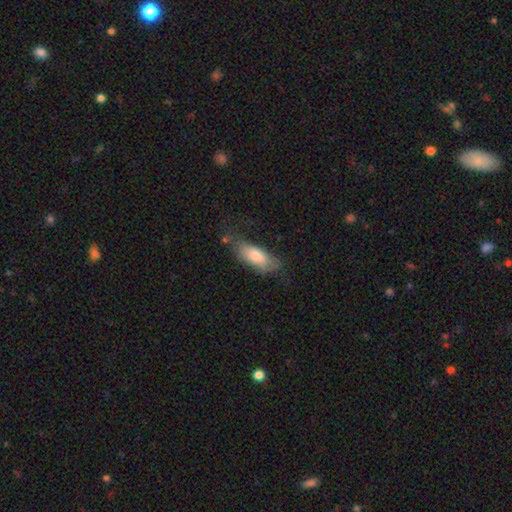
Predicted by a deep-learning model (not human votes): This appears to be a smooth galaxy with no disk features (76%) that is in between round and cigar-shaped (73%). Merging: none (56%).